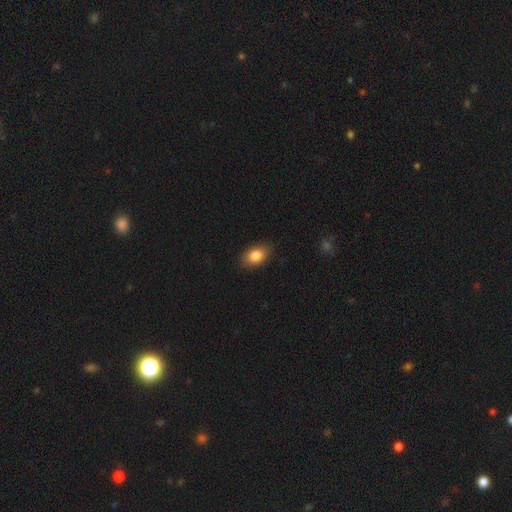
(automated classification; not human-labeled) Smooth or featured?
  - smooth: 84% *
  - star or artifact: 8%
  - featured or disk: 8%
How rounded?
  - in between: 84% *
  - round: 14%
  - cigar-shaped: 2%
Merging?
  - none: 87% *
  - minor disturbance: 10%
  - major disturbance: 2%
  - merger: 1%